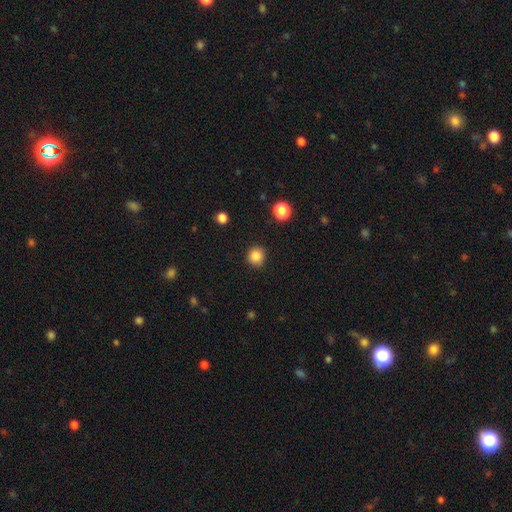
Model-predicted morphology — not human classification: smooth 85%, star or artifact 11%, featured or disk 4%. Down the decision tree: how rounded — round (91%); merging — none (90%).